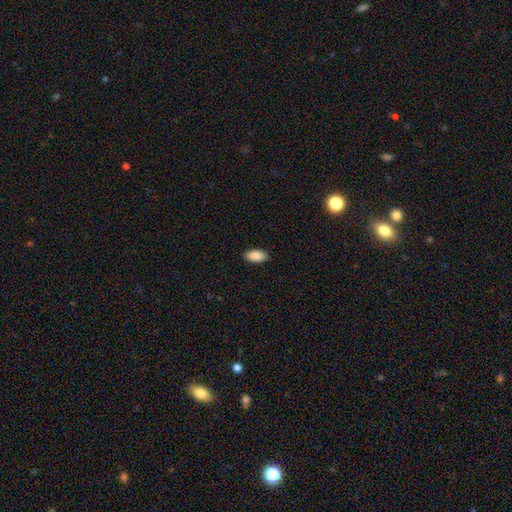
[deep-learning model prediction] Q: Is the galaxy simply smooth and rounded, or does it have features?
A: smooth — 90%.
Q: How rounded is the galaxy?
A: in between — 94%.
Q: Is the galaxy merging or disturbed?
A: none — 90%.